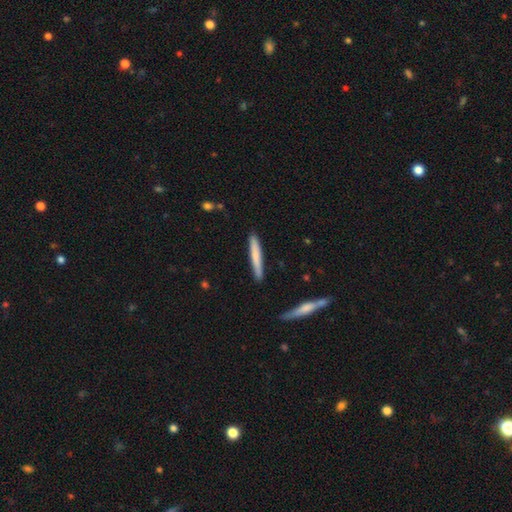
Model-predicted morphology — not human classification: type=smooth (68%); roundness=cigar-shaped (96%); merging=none (88%).